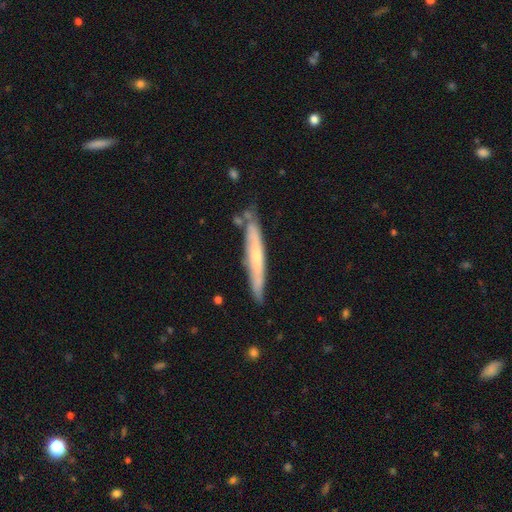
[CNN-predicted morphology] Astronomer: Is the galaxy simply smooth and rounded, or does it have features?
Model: featured or disk — 51% (runner-up: smooth, 43%).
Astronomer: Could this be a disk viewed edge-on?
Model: yes — 84%.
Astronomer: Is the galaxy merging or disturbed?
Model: none — 76%.